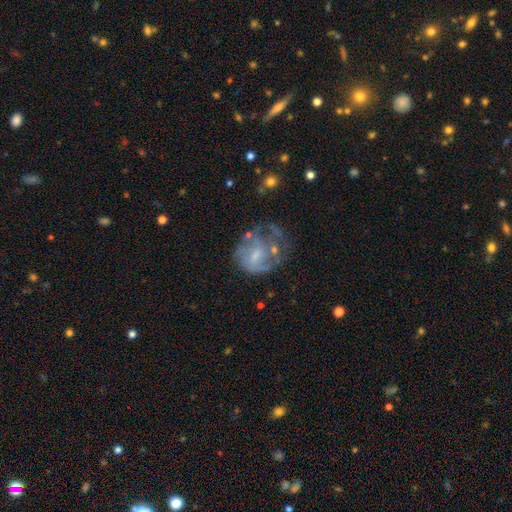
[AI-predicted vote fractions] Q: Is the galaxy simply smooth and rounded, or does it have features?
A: featured or disk — 63%.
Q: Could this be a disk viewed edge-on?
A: no — 98%.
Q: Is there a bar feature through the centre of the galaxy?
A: no — 53%.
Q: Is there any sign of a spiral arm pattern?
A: yes — 52%.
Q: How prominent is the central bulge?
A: small — 42%.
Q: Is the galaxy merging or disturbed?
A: major disturbance — 35%.